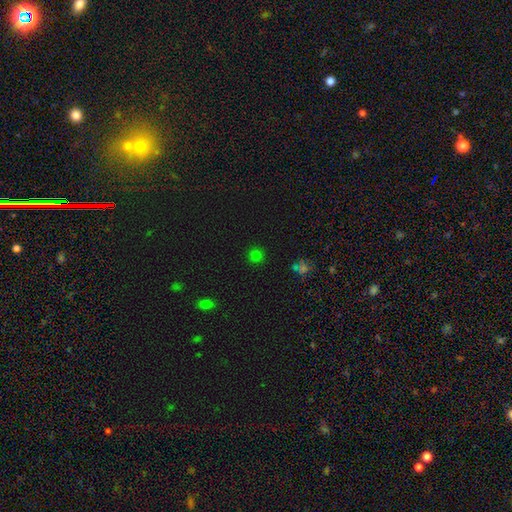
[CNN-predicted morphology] This appears to be a smooth galaxy with no disk features (73%) that is round (94%). Merging: none (90%).